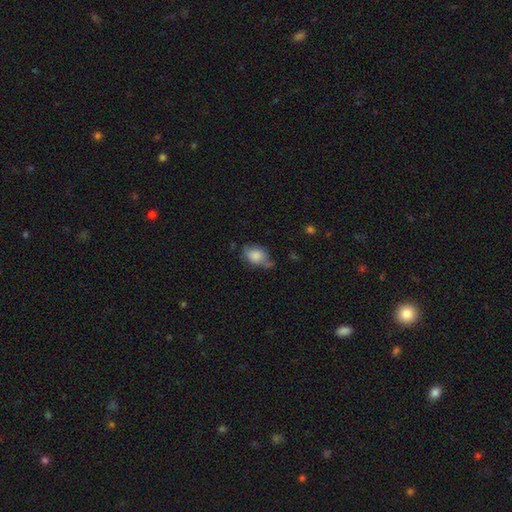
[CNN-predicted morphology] smooth-or-featured: smooth: 81% | featured or disk: 11% | star or artifact: 8%
  how-rounded: in between: 74% | round: 25% | cigar-shaped: 2%
  merging: none: 49% | minor disturbance: 34% | major disturbance: 9% | merger: 8%